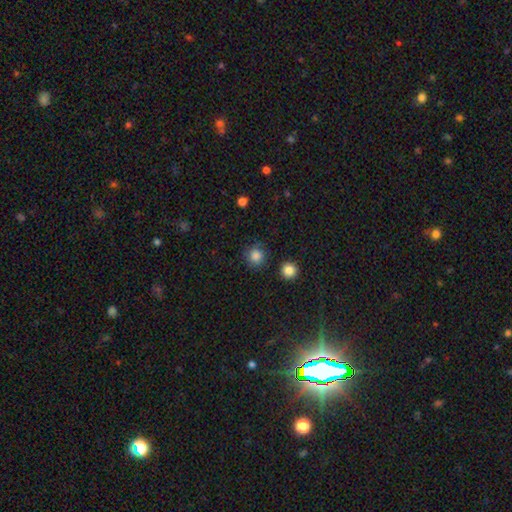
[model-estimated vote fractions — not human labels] Morphology: type=smooth (83%); roundness=round (91%); merging=none (81%).